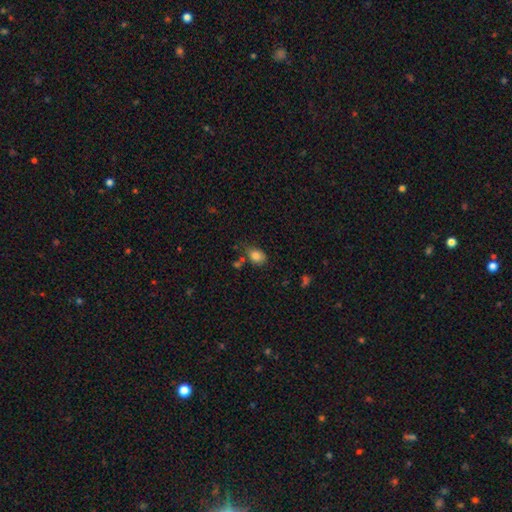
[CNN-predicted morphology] smooth_or_featured: smooth (p=0.83) [alt: star or artifact p=0.10]
how_rounded: in between (p=0.68) [alt: round p=0.31]
merging: none (p=0.63) [alt: minor disturbance p=0.24]